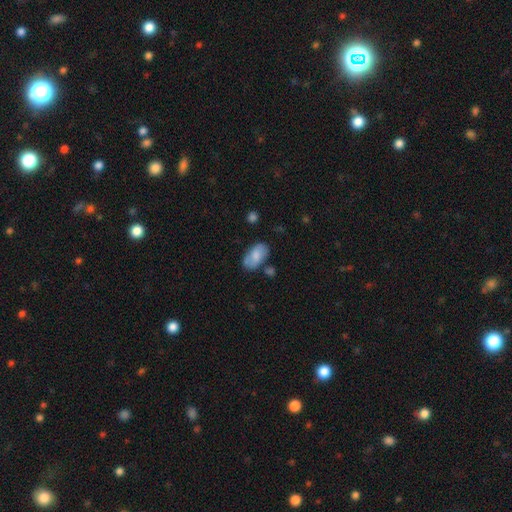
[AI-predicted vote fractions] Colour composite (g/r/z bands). It shows a smooth galaxy with no disk features (74%) that is in between round and cigar-shaped (93%). Merging: none (64%).